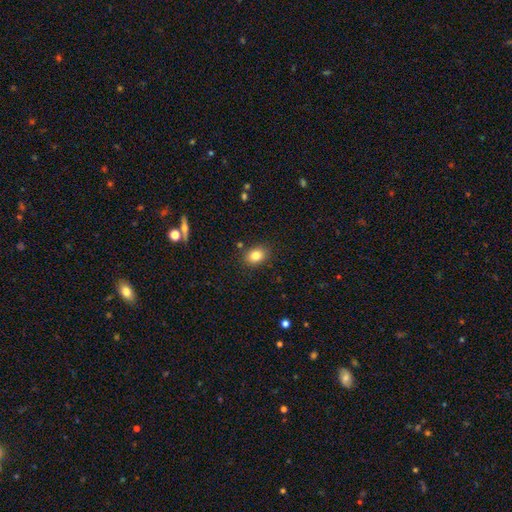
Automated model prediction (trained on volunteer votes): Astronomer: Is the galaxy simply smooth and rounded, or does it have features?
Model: smooth — 82%.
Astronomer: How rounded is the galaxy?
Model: in between — 60% (runner-up: round, 39%).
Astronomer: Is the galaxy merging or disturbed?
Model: none — 86%.